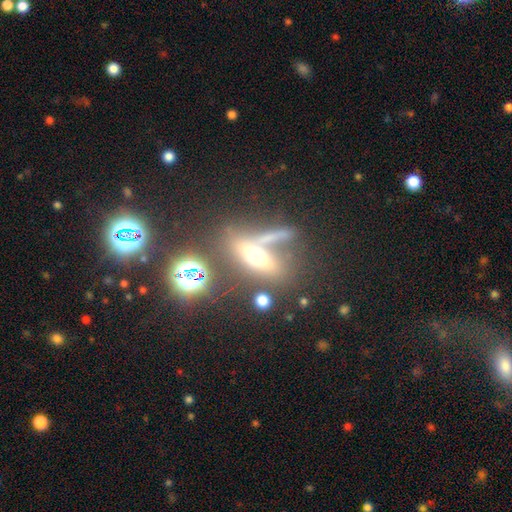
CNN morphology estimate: Overall: smooth (44%; featured or disk 39%). Merging: none (48%; merger 20%).